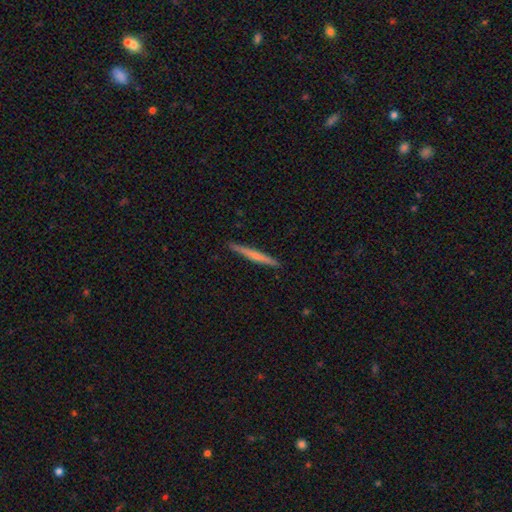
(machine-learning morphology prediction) type=smooth (49%); merging=none (91%).